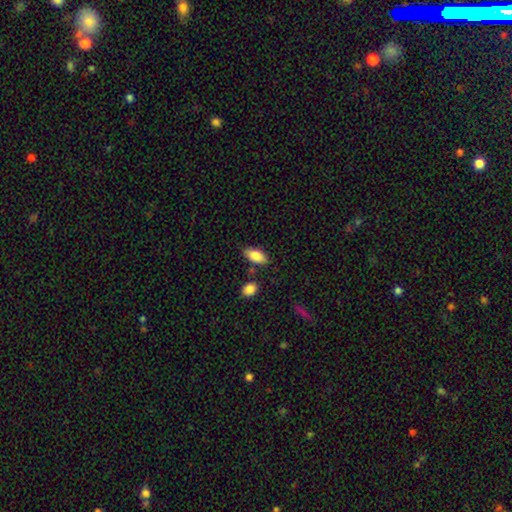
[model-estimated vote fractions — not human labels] Smooth or featured? Predicted: smooth (p=0.83). How rounded? Predicted: in between (p=0.87). Merging? Predicted: none (p=0.80).